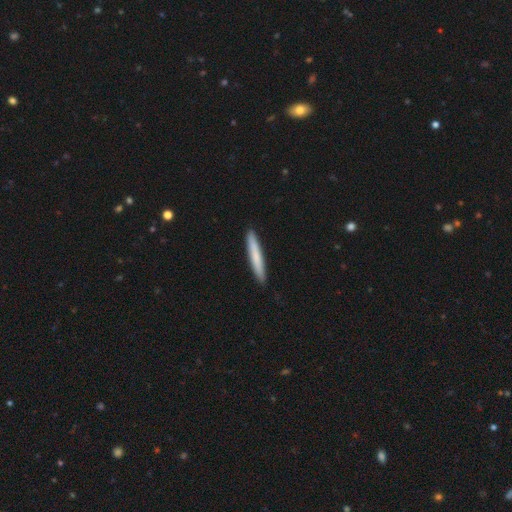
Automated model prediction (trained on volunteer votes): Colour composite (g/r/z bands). It shows a smooth galaxy with no disk features (74%) that is cigar-shaped (96%). Merging: none (91%).